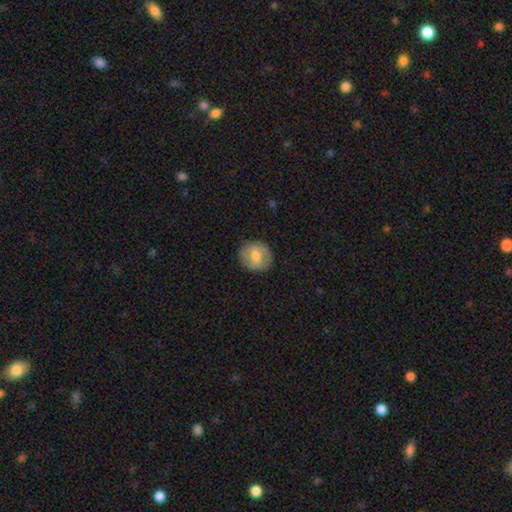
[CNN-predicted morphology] The model was most divided on "smooth or featured": smooth: 58%, featured or disk: 35%, star or artifact: 7%. More confident: how rounded — round (84%); merging — none (84%).